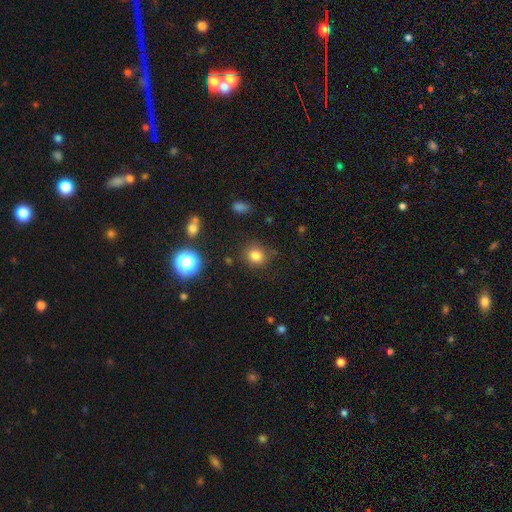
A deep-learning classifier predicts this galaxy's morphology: Overall: smooth (81%). How rounded: round (81%). Merging: none (82%).